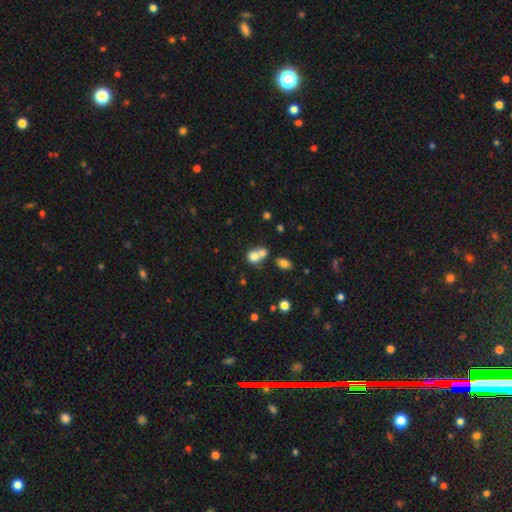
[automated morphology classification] Smooth or featured?
  - smooth: 76% *
  - featured or disk: 13%
  - star or artifact: 11%
How rounded?
  - round: 60% *
  - in between: 39%
  - cigar-shaped: 1%
Merging?
  - merger: 60% *
  - none: 27%
  - minor disturbance: 8%
  - major disturbance: 5%